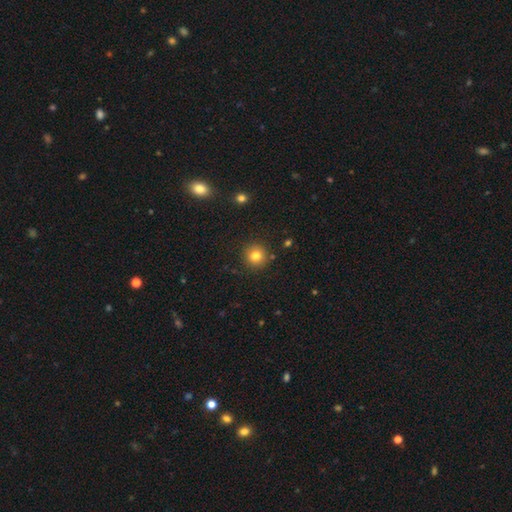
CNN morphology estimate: smooth_or_featured: smooth (p=0.81) [alt: star or artifact p=0.12]
how_rounded: round (p=0.94) [alt: in between p=0.05]
merging: none (p=0.90) [alt: minor disturbance p=0.06]